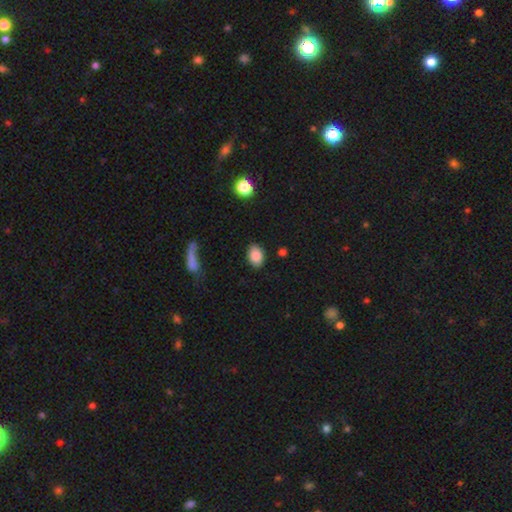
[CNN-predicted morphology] type=smooth (86%); roundness=in between (82%); merging=none (86%).